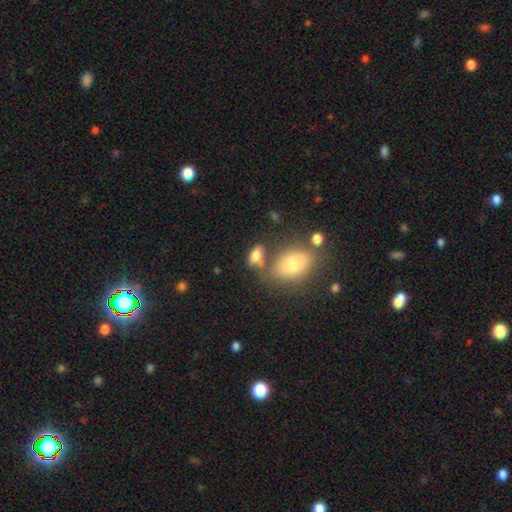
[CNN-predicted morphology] smooth_or_featured: smooth (p=0.78) [alt: featured or disk p=0.12]
how_rounded: in between (p=0.85) [alt: round p=0.10]
merging: none (p=0.52) [alt: merger p=0.23]